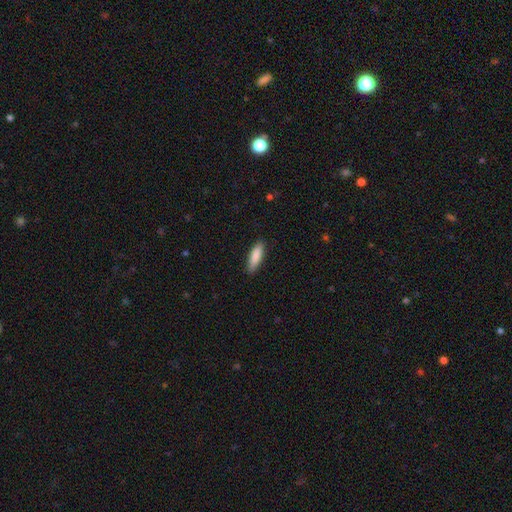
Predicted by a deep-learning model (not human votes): smooth-or-featured: smooth: 86% | featured or disk: 8% | star or artifact: 6%
  how-rounded: cigar-shaped: 56% | in between: 43% | round: 2%
  merging: none: 86% | minor disturbance: 11% | major disturbance: 2% | merger: 1%